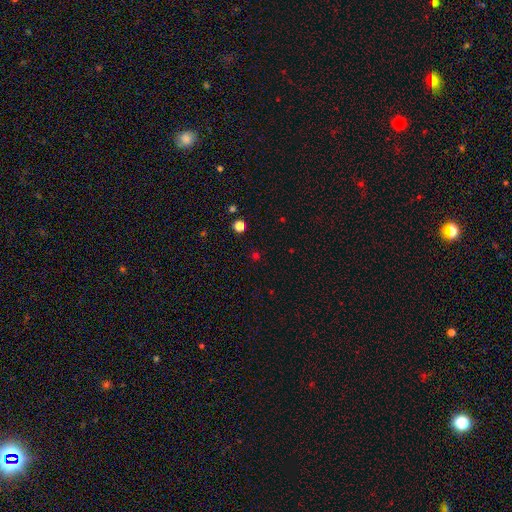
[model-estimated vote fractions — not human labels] This appears to be a smooth galaxy with no disk features (49%). Merging: none (86%).